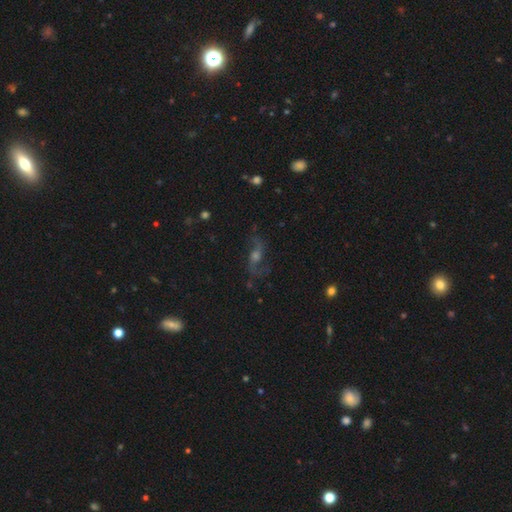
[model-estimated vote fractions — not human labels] Smooth or featured? featured or disk (67%)
Edge-on disk? no (88%)
Bar? no (54%)
Spiral arms? yes (90%)
Spiral winding? loose (71%)
Spiral arm count? 2 (88%)
Bulge size? moderate (52%)
Merging? none (70%)